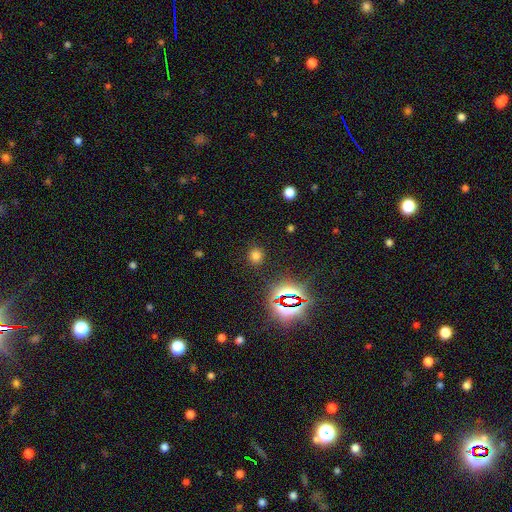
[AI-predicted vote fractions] Morphology: type=smooth (68%); roundness=round (86%); merging=none (89%).